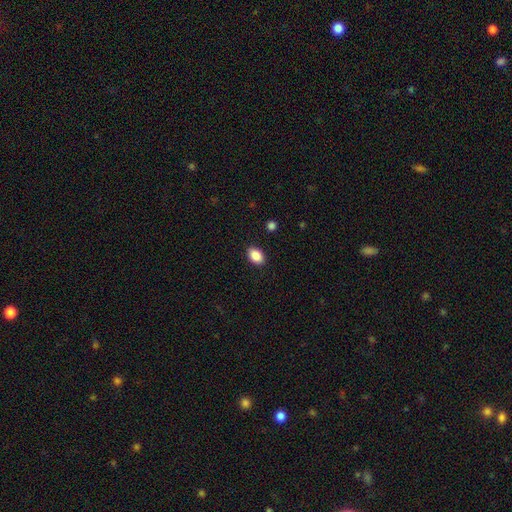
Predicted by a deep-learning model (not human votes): A smooth galaxy with no disk features (88%) that is in between round and cigar-shaped (83%). Merging: none (89%).